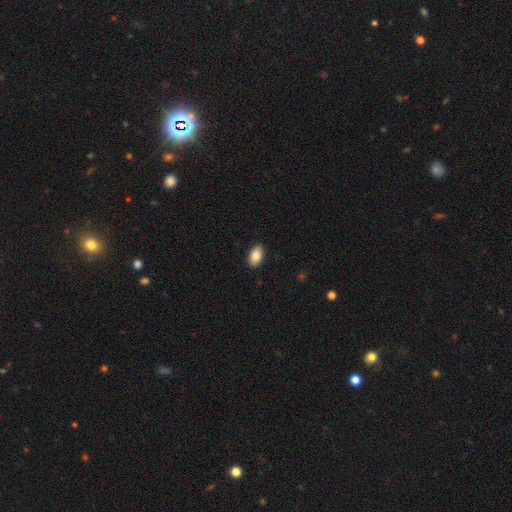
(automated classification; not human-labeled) smooth 85%, featured or disk 8%, star or artifact 7%. Down the decision tree: how rounded — in between (93%); merging — none (91%).